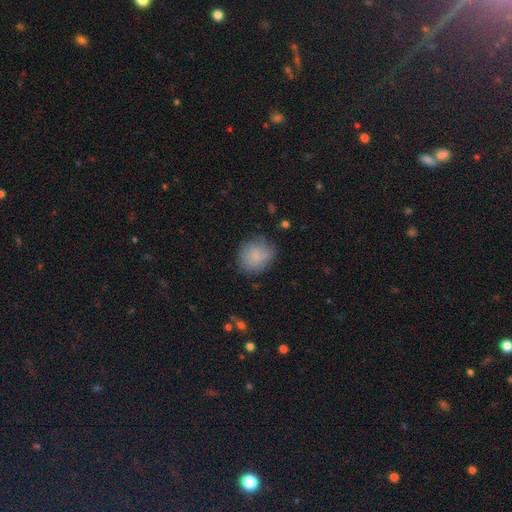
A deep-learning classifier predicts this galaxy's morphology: Overall: smooth (77%). How rounded: round (77%). Merging: none (70%).